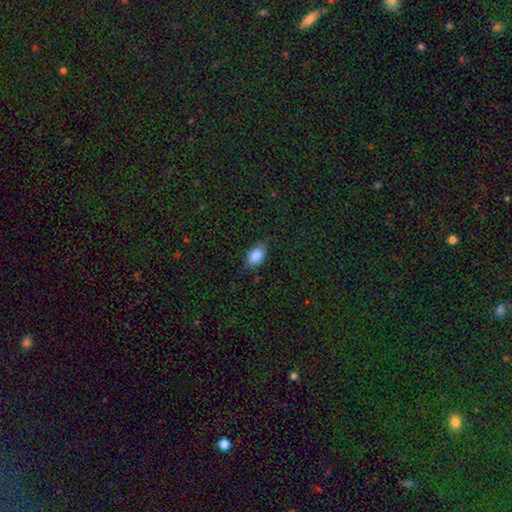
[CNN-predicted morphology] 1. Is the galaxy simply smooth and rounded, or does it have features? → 86% smooth, 8% star or artifact, 6% featured or disk.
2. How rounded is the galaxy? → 90% in between, 6% round, 3% cigar-shaped.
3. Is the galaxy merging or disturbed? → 73% none, 22% minor disturbance, 4% major disturbance, 1% merger.